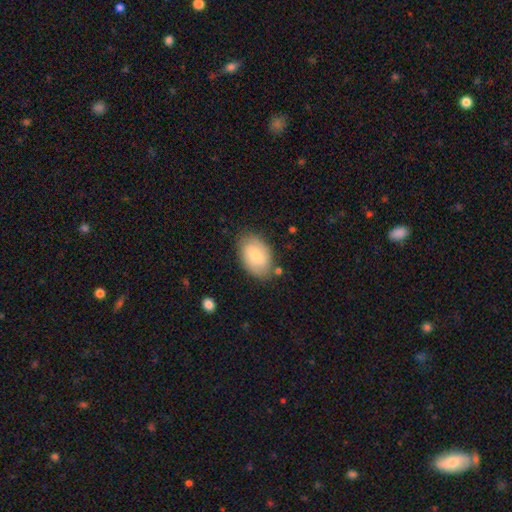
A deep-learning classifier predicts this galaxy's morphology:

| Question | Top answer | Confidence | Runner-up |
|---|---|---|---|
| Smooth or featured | smooth | 71% | featured or disk (22%) |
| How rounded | in between | 90% | round (9%) |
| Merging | none | 77% | minor disturbance (16%) |